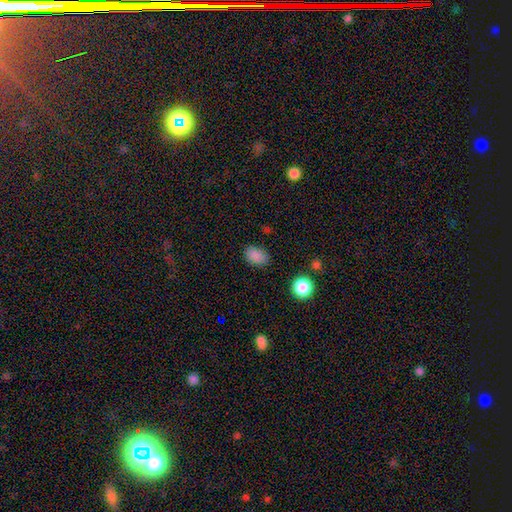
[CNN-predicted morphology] The model was most divided on "how rounded": in between: 79%, round: 20%, cigar-shaped: 1%. More confident: smooth or featured — smooth (85%); merging — none (81%).